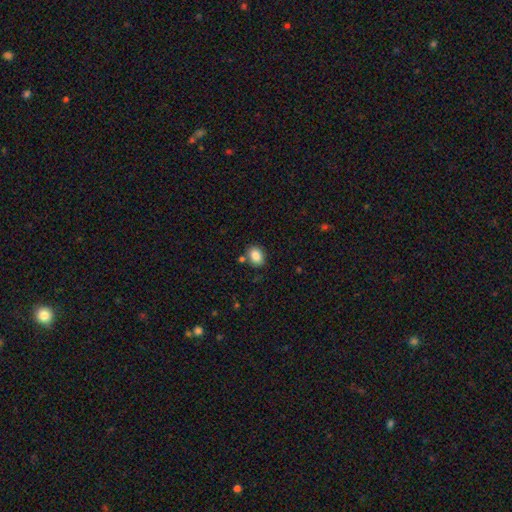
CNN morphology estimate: This is clearly a smooth galaxy (85%). How rounded: likely in between (65%). Merging: likely none (79%).